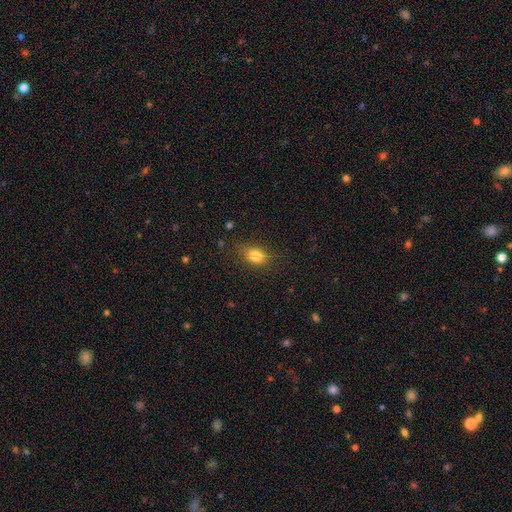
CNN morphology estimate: smooth-or-featured: smooth: 82% | star or artifact: 11% | featured or disk: 7%
  how-rounded: in between: 69% | round: 29% | cigar-shaped: 2%
  merging: none: 78% | minor disturbance: 16% | major disturbance: 5% | merger: 1%